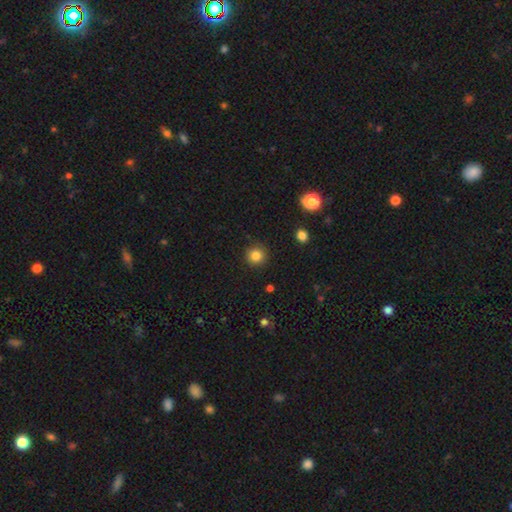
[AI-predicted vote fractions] Overall: smooth (84%). How rounded: round (93%). Merging: none (91%).